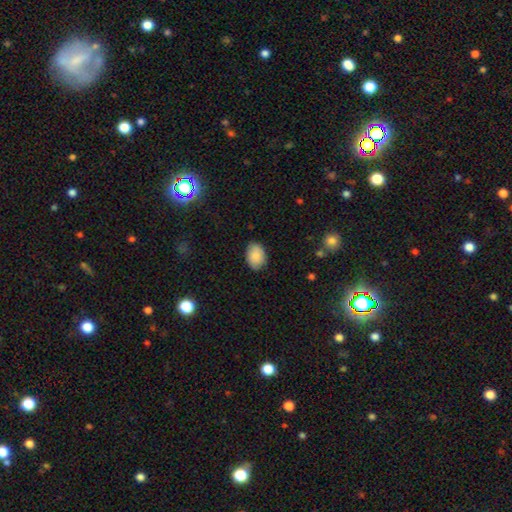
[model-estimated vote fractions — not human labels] This is clearly a smooth galaxy (87%). How rounded: clearly in between (82%). Merging: clearly none (84%).